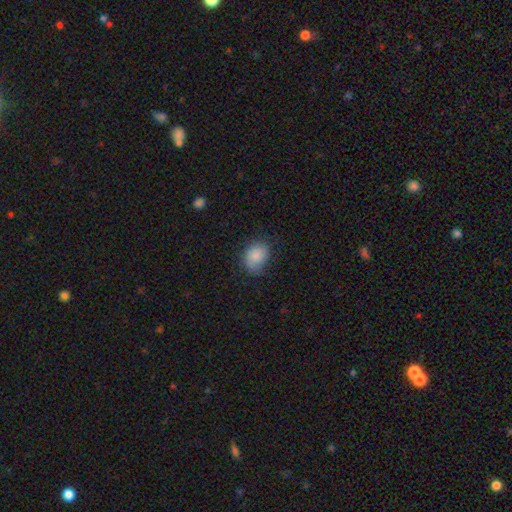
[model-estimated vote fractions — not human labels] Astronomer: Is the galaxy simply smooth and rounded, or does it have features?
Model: smooth — 86%.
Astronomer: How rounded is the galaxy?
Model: in between — 62% (runner-up: round, 37%).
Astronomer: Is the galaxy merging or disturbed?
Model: none — 70%.